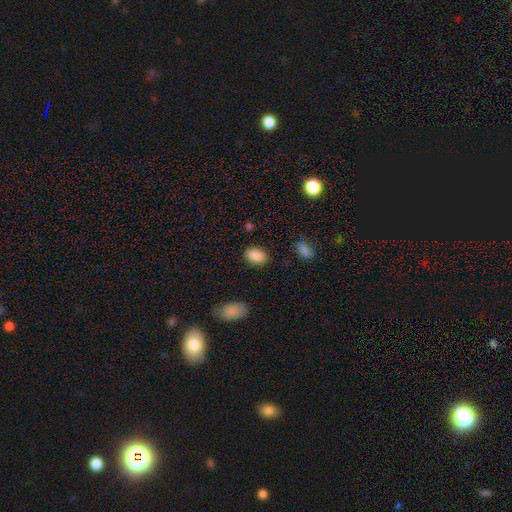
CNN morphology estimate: smooth-or-featured: smooth: 87% | star or artifact: 8% | featured or disk: 5%
  how-rounded: in between: 87% | round: 12% | cigar-shaped: 1%
  merging: none: 85% | minor disturbance: 11% | major disturbance: 3% | merger: 2%